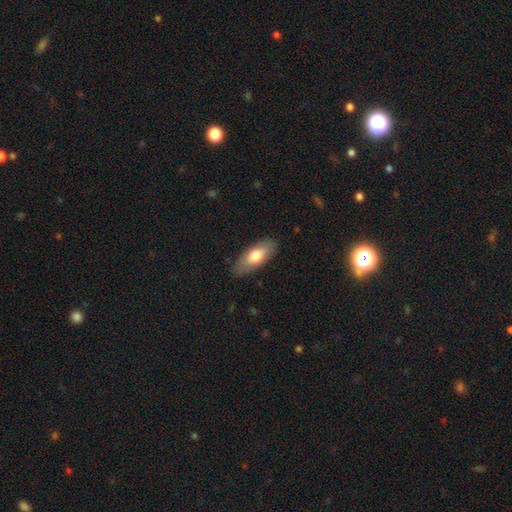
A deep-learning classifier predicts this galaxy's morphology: A smooth galaxy with no disk features (72%) that is in between round and cigar-shaped (80%). Merging: none (85%).